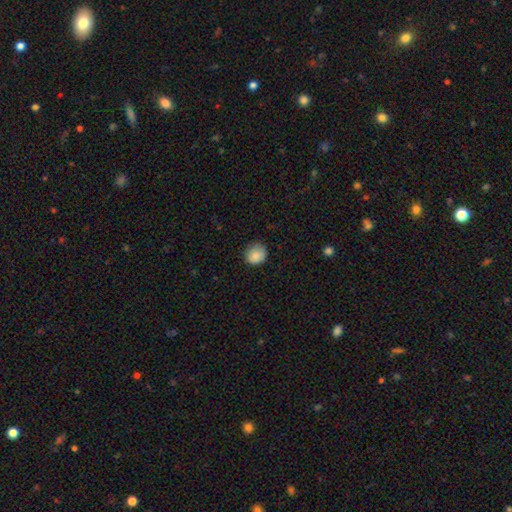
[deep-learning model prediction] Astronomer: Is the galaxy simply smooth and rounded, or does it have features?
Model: smooth — 87%.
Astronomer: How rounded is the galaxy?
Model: round — 75%.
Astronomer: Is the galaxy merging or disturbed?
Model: none — 75%.